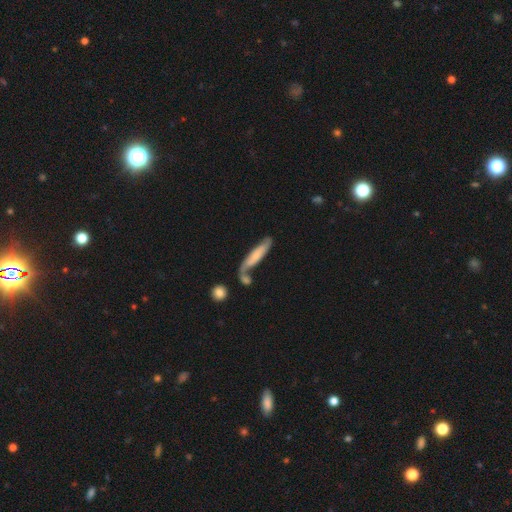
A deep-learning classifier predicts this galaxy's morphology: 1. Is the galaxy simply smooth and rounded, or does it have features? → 55% smooth, 39% featured or disk, 6% star or artifact.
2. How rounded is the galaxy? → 78% cigar-shaped, 20% in between, 2% round.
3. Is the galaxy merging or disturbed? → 44% none, 28% merger, 19% minor disturbance, 9% major disturbance.